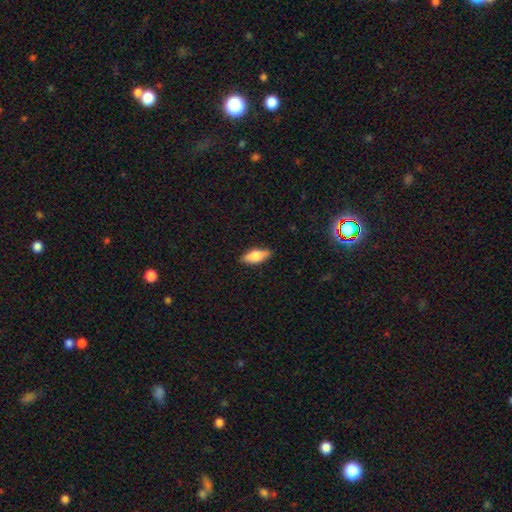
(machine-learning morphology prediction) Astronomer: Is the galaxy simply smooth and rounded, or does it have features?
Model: smooth — 71%.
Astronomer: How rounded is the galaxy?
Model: in between — 75%.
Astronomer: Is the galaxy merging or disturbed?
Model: none — 85%.